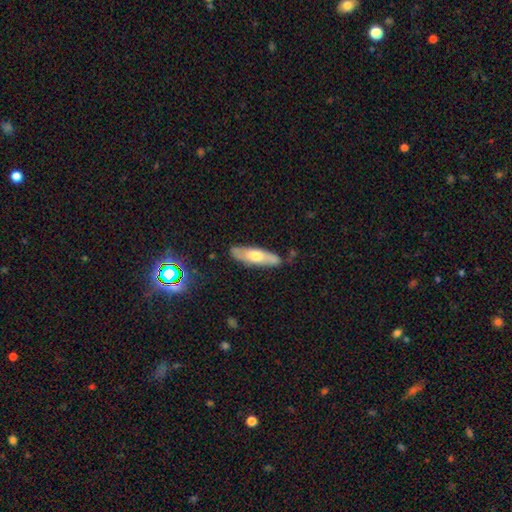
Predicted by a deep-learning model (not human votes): Smooth or featured: smooth — 54% (featured or disk — 40%)
How rounded: cigar-shaped — 59% (in between — 39%)
Merging: none — 80% (minor disturbance — 15%)